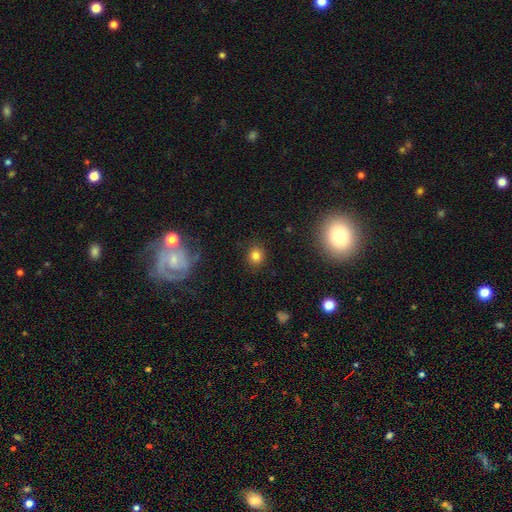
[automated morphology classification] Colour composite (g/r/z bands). It shows a smooth galaxy with no disk features (80%) that is round (83%). Merging: none (88%).